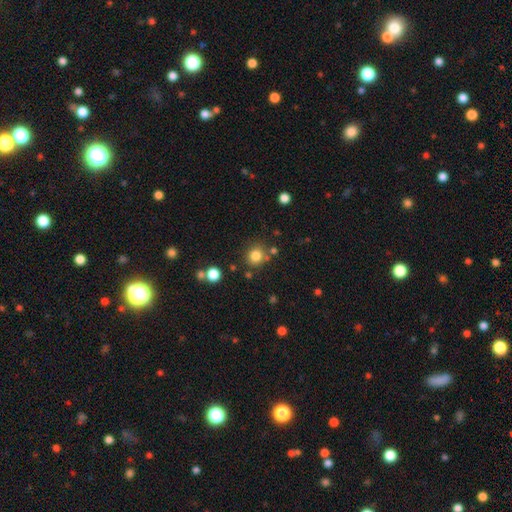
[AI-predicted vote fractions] Smooth or featured: smooth — 81% (star or artifact — 13%)
How rounded: round — 88% (in between — 11%)
Merging: none — 77% (minor disturbance — 10%)